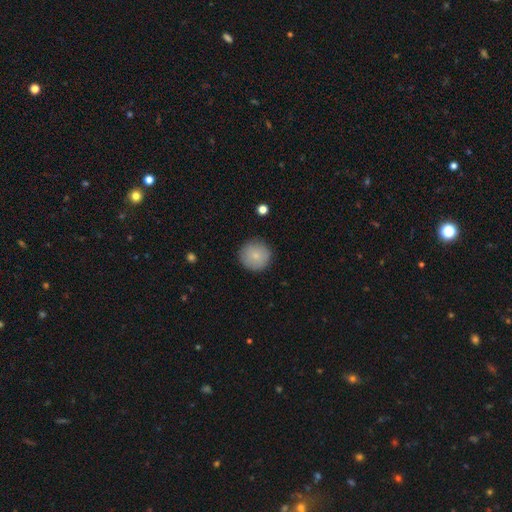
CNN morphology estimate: Overall: smooth (82%). How rounded: round (95%). Merging: none (88%).